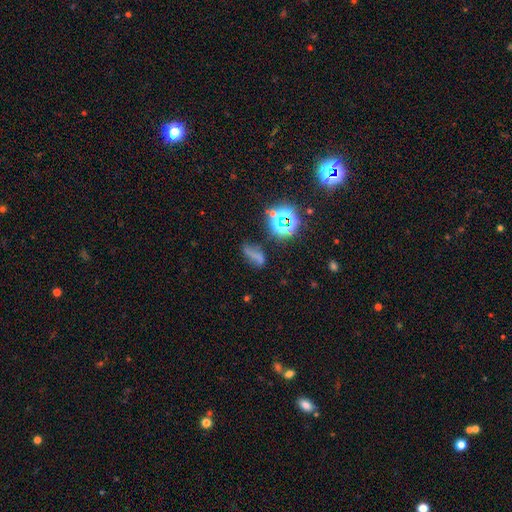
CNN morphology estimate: smooth-or-featured: smooth: 48% | star or artifact: 33% | featured or disk: 19%
  merging: none: 49% | minor disturbance: 24% | major disturbance: 17% | merger: 9%